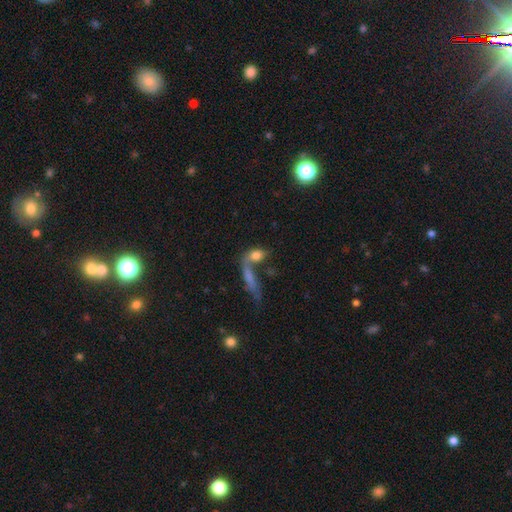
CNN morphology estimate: A smooth galaxy with no disk features (67%) that is in between round and cigar-shaped (66%). Merging: merger (52%).